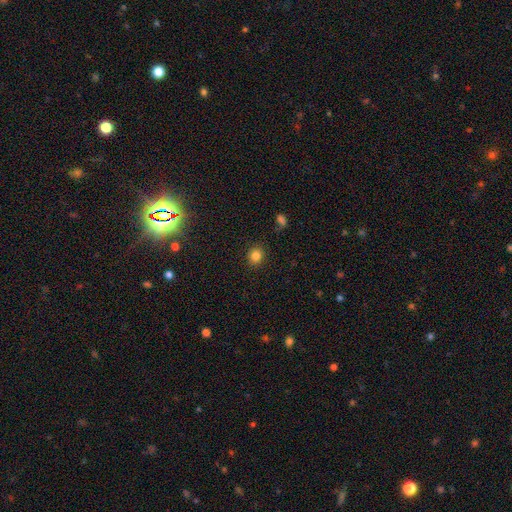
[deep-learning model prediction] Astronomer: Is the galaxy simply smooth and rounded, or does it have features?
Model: smooth — 82%.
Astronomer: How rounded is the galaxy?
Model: round — 77%.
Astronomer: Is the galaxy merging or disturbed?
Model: none — 88%.